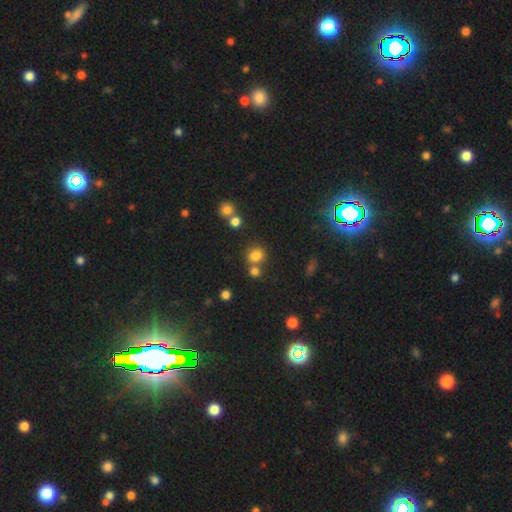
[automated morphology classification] Q: Smooth or featured?
A: smooth (76%); runner-up: star or artifact (17%)
Q: How rounded?
A: round (76%); runner-up: in between (22%)
Q: Merging?
A: none (60%); runner-up: merger (26%)